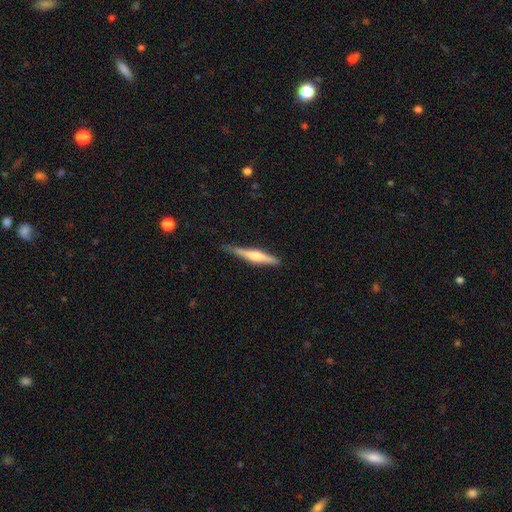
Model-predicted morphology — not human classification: featured or disk 60%, smooth 34%, star or artifact 6%. Down the decision tree: edge-on disk — yes (97%); edge-on bulge — rounded (79%); merging — none (80%).